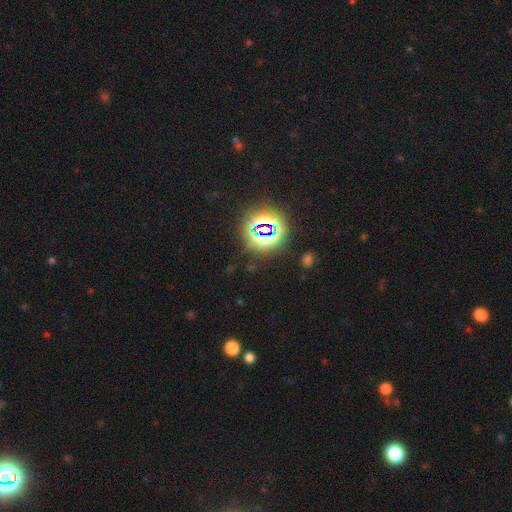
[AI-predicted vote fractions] A star or artifact, not a galaxy (75%).

Vote fractions:
- Smooth or featured? star or artifact: 75% / smooth: 19% / featured or disk: 6%